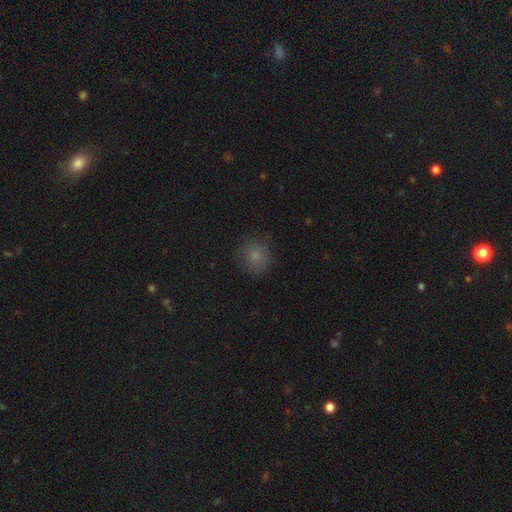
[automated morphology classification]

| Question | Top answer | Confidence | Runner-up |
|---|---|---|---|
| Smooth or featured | smooth | 78% | star or artifact (12%) |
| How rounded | round | 85% | in between (14%) |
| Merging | none | 77% | minor disturbance (17%) |